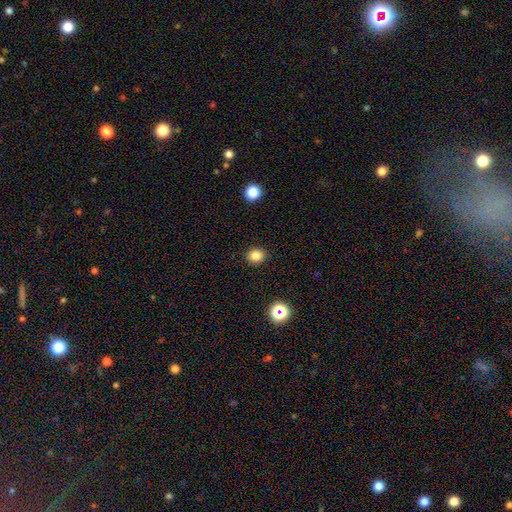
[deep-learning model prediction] smooth 82%, star or artifact 14%, featured or disk 5%. Down the decision tree: how rounded — round (75%); merging — none (91%).